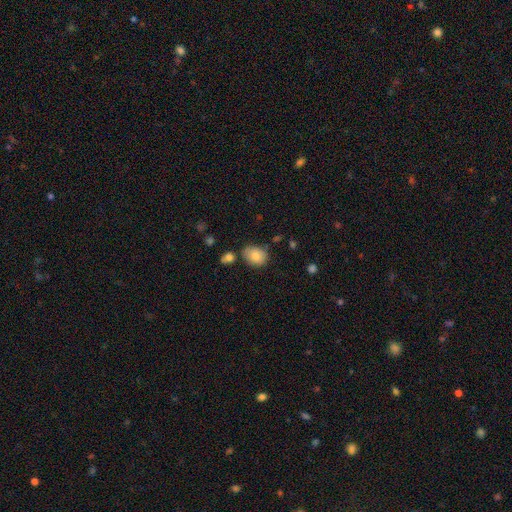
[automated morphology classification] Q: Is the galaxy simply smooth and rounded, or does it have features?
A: smooth — 82%.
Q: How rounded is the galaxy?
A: in between — 61%.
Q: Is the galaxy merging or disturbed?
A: none — 69%.